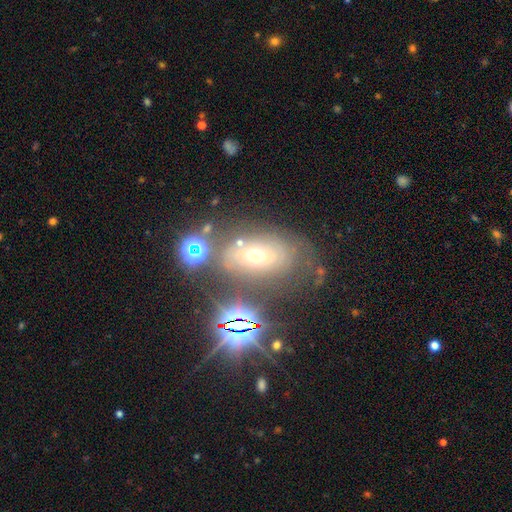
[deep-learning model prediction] Smooth or featured: star or artifact — 34% (tied with featured or disk — 34%)